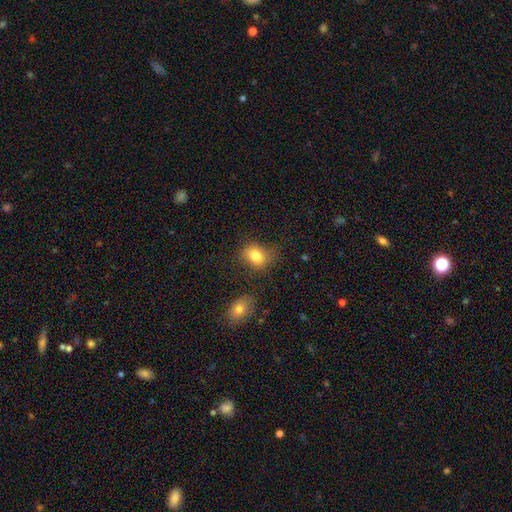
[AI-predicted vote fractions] Overall: smooth (81%). How rounded: in between (60%; round 39%). Merging: none (69%).